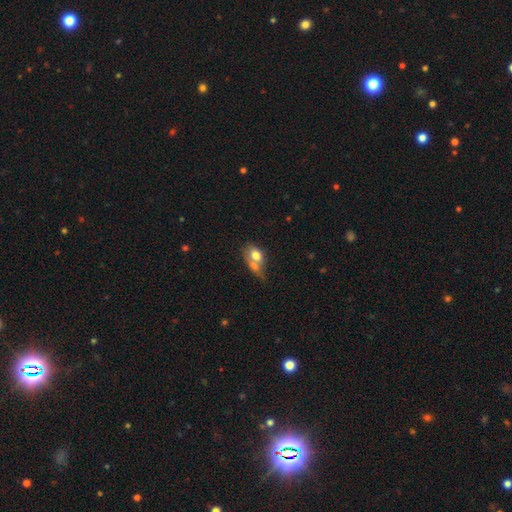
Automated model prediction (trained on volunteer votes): Smooth or featured: smooth — 71% (featured or disk — 21%)
How rounded: in between — 77% (round — 19%)
Merging: merger — 56% (none — 21%)